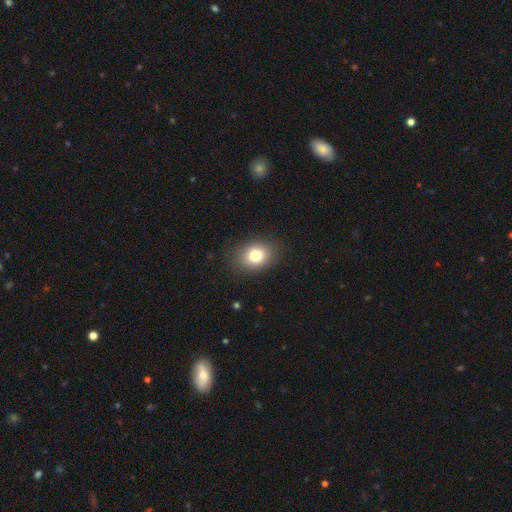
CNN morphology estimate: smooth 78%, star or artifact 12%, featured or disk 10%. Down the decision tree: how rounded — in between (50%); merging — none (87%).